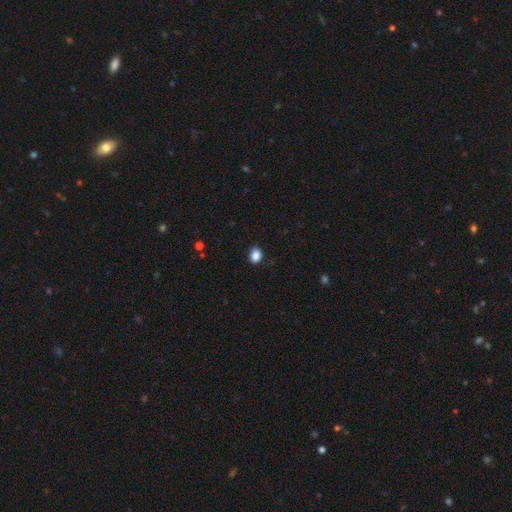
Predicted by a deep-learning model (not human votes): Smooth or featured?
  - smooth: 87% *
  - star or artifact: 10%
  - featured or disk: 3%
How rounded?
  - in between: 54% *
  - round: 45%
  - cigar-shaped: 1%
Merging?
  - none: 89% *
  - minor disturbance: 8%
  - major disturbance: 2%
  - merger: 1%